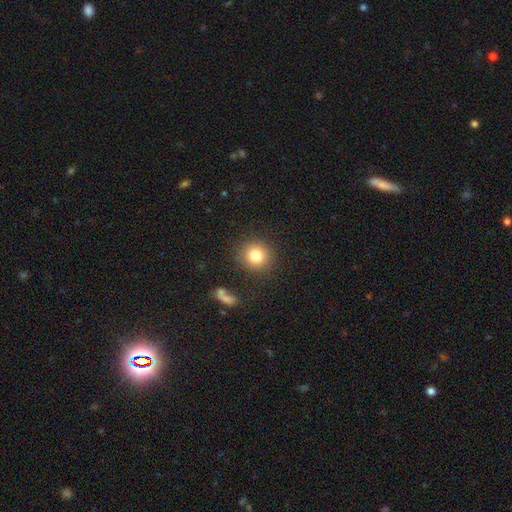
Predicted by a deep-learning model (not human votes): Overall: smooth (82%). How rounded: round (90%). Merging: none (86%).